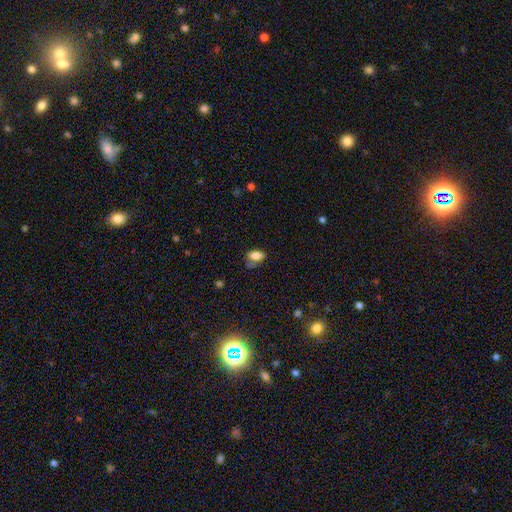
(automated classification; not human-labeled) This is clearly a smooth galaxy (82%). How rounded: clearly in between (89%). Merging: possibly none (57%).